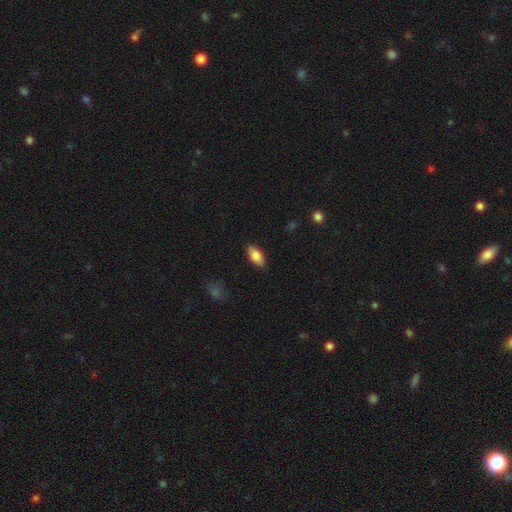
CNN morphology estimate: smooth 84%, featured or disk 9%, star or artifact 6%. Down the decision tree: how rounded — in between (90%); merging — none (86%).